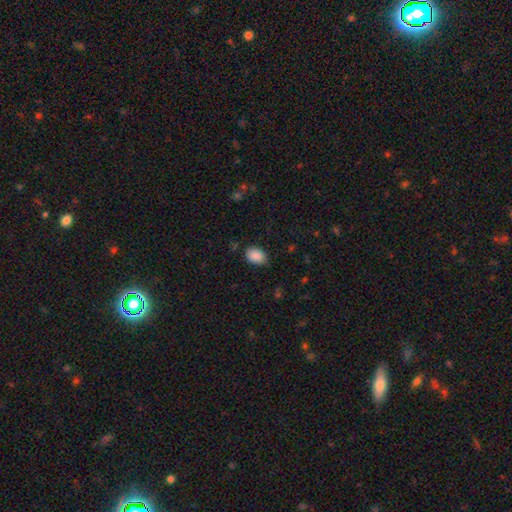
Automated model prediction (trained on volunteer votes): smooth 89%, star or artifact 8%, featured or disk 4%. Down the decision tree: how rounded — in between (77%); merging — none (80%).